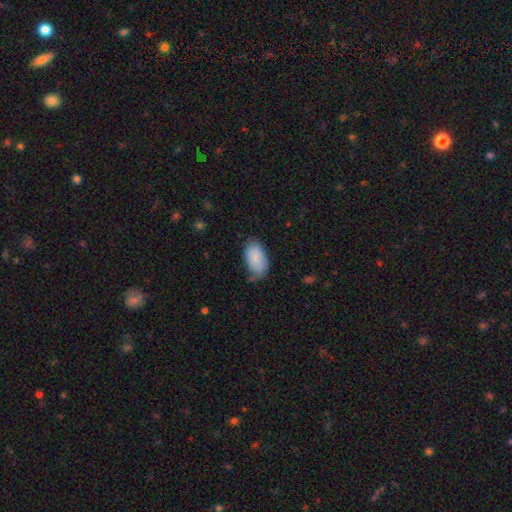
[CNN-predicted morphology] smooth 84%, featured or disk 10%, star or artifact 6%. Down the decision tree: how rounded — in between (95%); merging — none (67%).